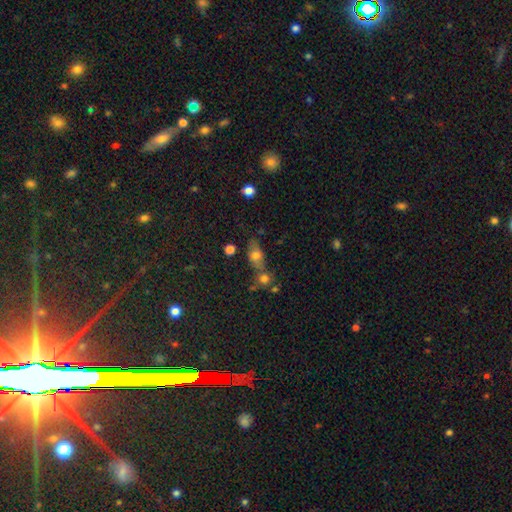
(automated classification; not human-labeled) Smooth or featured: smooth — 67% (featured or disk — 18%)
How rounded: in between — 71% (round — 20%)
Merging: none — 47% (merger — 31%)